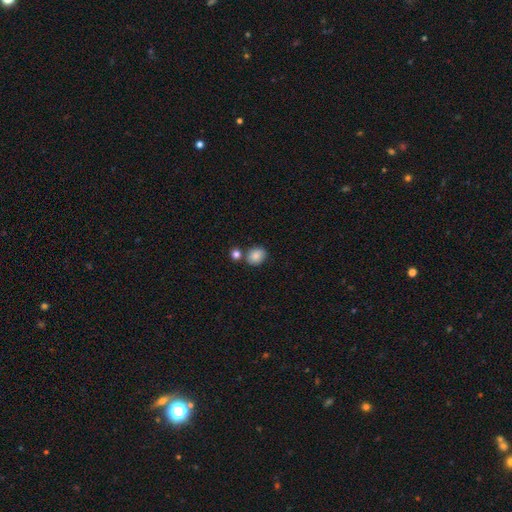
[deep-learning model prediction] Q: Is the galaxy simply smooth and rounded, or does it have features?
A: smooth — 86%.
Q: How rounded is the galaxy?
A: round — 55%.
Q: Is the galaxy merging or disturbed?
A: none — 68%.